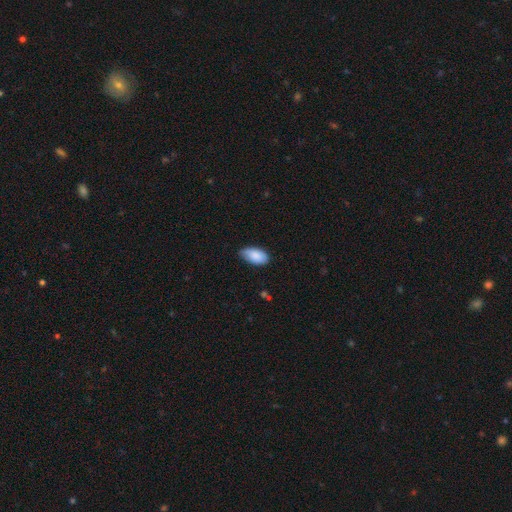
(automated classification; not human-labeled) smooth_or_featured: smooth (p=0.86) [alt: featured or disk p=0.08]
how_rounded: in between (p=0.95) [alt: round p=0.03]
merging: none (p=0.68) [alt: minor disturbance p=0.28]